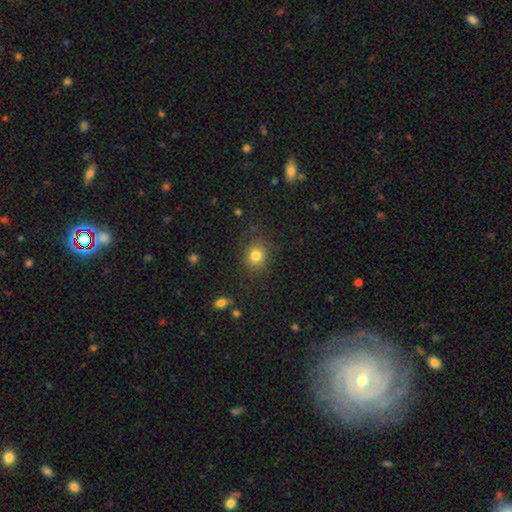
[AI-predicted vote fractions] Smooth or featured? smooth (81%)
How rounded? round (81%)
Merging? none (84%)